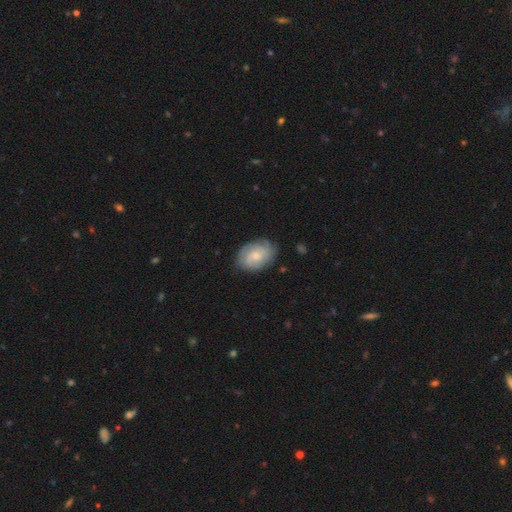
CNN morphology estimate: Overall: featured or disk (57%; smooth 36%). Edge-on disk: no (97%). Bar: no (71%). Spiral arms: yes (87%). Bulge size: small (62%; moderate 31%). Merging: none (77%).